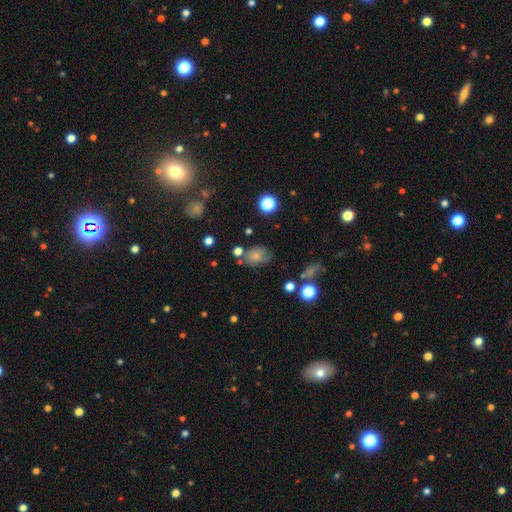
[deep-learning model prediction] smooth-or-featured: smooth: 70% | featured or disk: 17% | star or artifact: 13%
  how-rounded: in between: 64% | round: 35% | cigar-shaped: 1%
  merging: none: 60% | minor disturbance: 23% | major disturbance: 9% | merger: 8%